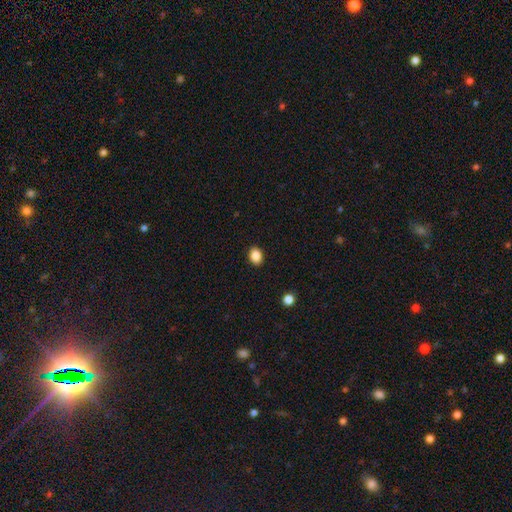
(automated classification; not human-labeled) Smooth or featured?
  - smooth: 87% *
  - star or artifact: 9%
  - featured or disk: 4%
How rounded?
  - in between: 66% *
  - round: 33%
  - cigar-shaped: 1%
Merging?
  - none: 90% *
  - minor disturbance: 7%
  - major disturbance: 2%
  - merger: 1%